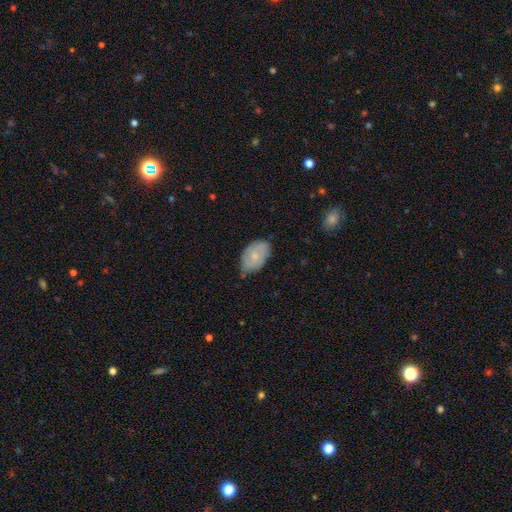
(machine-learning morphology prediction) Smooth or featured?
  - smooth: 56% *
  - featured or disk: 37%
  - star or artifact: 6%
How rounded?
  - in between: 91% *
  - round: 8%
  - cigar-shaped: 2%
Merging?
  - none: 64% *
  - minor disturbance: 30%
  - major disturbance: 5%
  - merger: 2%